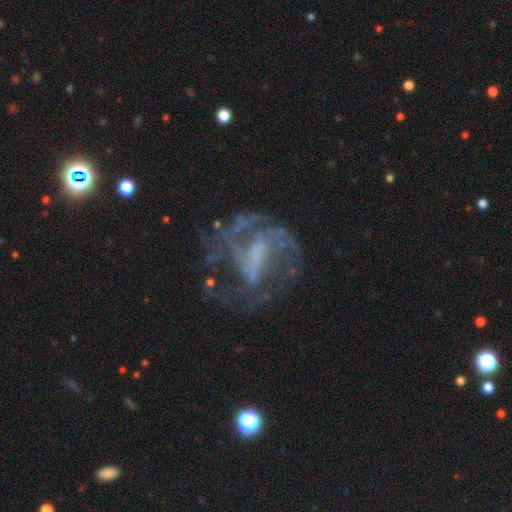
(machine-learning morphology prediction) type=featured or disk (78%); edge-on=no (96%); bar=weak (40%); spiral arms=yes (78%); winding=medium (44%); arm count=can't tell (34%); bulge=none (45%); merging=none (49%).